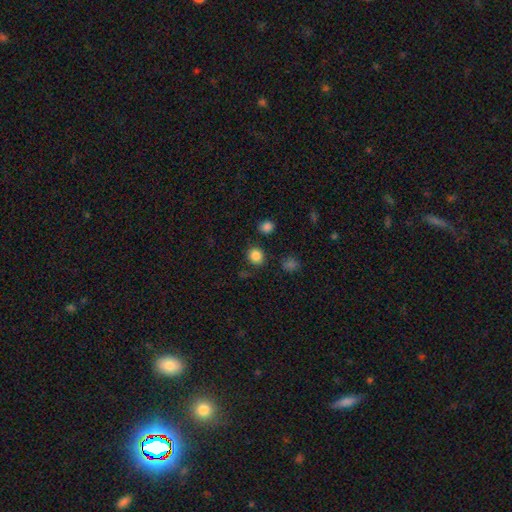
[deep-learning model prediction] Smooth or featured? Predicted: smooth (p=0.84). How rounded? Predicted: round (p=0.78). Merging? Predicted: none (p=0.84).